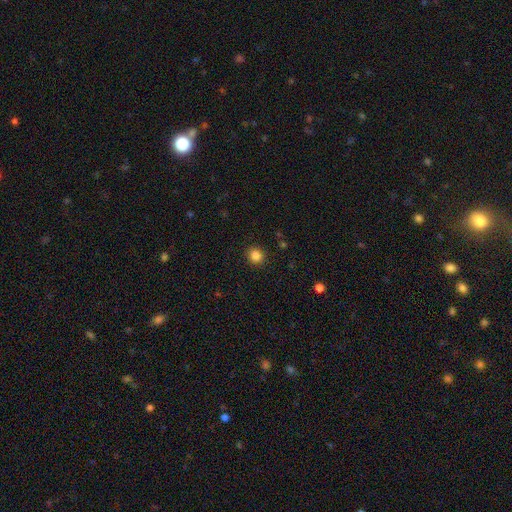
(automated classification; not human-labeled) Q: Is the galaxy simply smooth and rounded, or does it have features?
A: smooth — 85%.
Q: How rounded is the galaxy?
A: round — 87%.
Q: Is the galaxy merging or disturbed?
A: none — 90%.